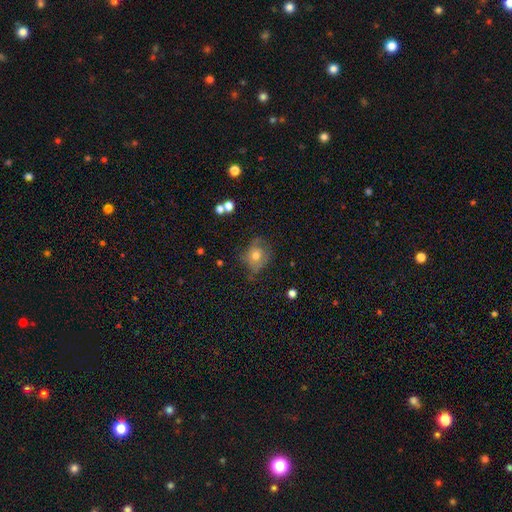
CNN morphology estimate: Smooth or featured? smooth (62%)
How rounded? round (65%)
Merging? none (54%)